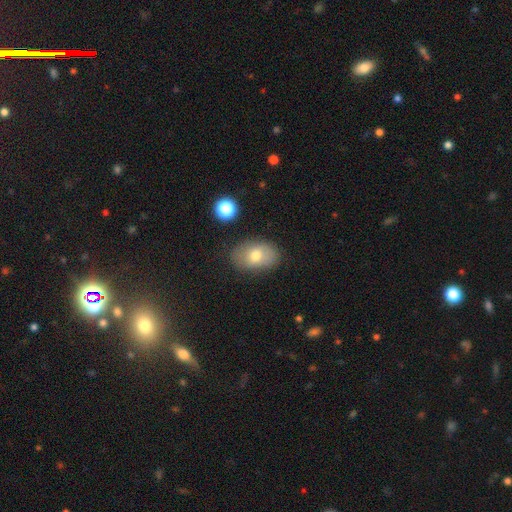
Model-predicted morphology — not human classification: This appears to be a smooth galaxy with no disk features (70%) that is in between round and cigar-shaped (83%). Merging: none (82%).